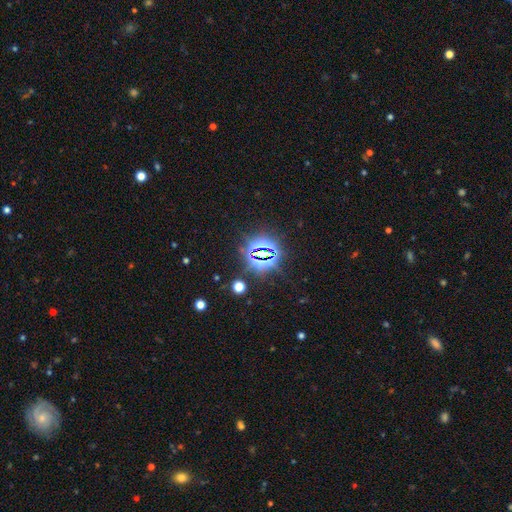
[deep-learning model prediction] smooth-or-featured: star or artifact: 79% | smooth: 13% | featured or disk: 9%